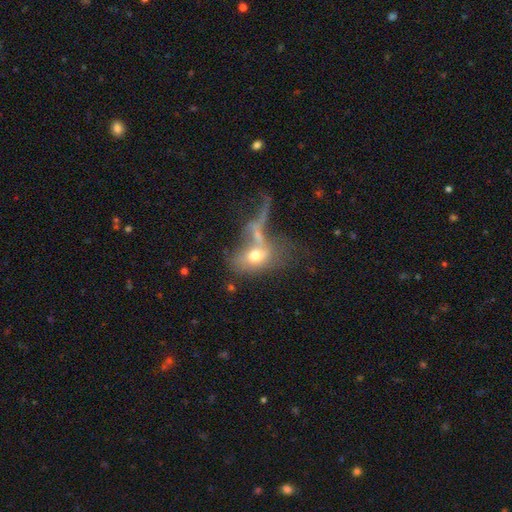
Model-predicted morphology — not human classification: The model was most divided on "merging": merger: 41%, major disturbance: 34%, none: 16%, minor disturbance: 9%. More confident: how rounded — in between (76%); smooth or featured — smooth (55%).